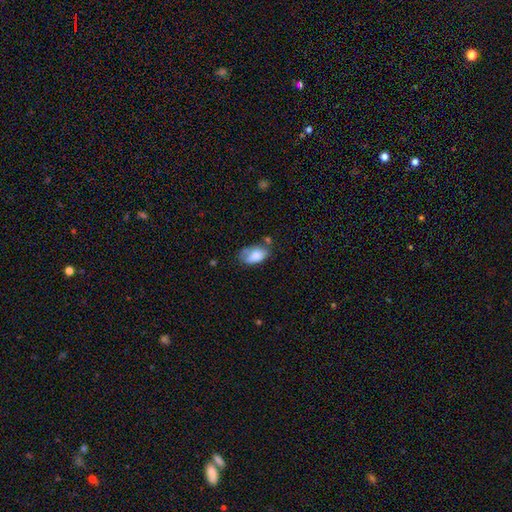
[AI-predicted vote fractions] smooth_or_featured: smooth (p=0.75) [alt: featured or disk p=0.17]
how_rounded: in between (p=0.92) [alt: round p=0.05]
merging: none (p=0.40) [alt: minor disturbance p=0.34]